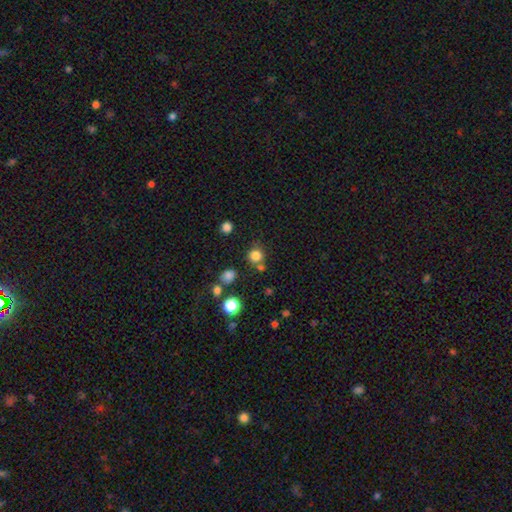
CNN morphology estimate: smooth_or_featured: smooth (p=0.80) [alt: star or artifact p=0.15]
how_rounded: round (p=0.91) [alt: in between p=0.08]
merging: none (p=0.73) [alt: merger p=0.13]